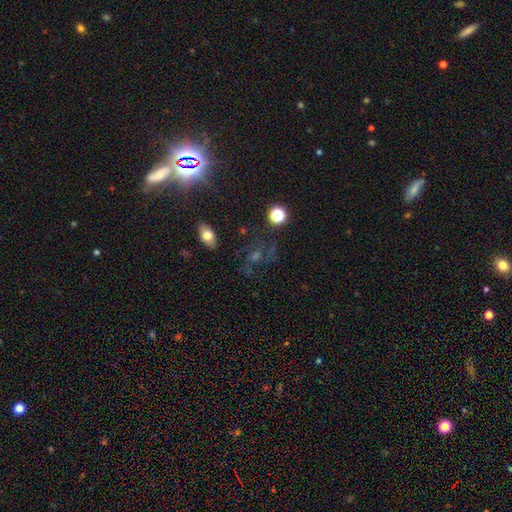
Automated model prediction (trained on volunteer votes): Smooth or featured?
  - star or artifact: 40% *
  - featured or disk: 38%
  - smooth: 22%